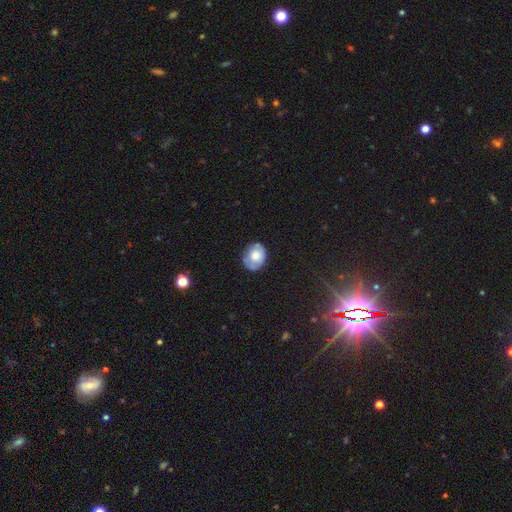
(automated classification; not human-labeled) smooth_or_featured: smooth (p=0.65) [alt: featured or disk p=0.27]
how_rounded: round (p=0.53) [alt: in between p=0.46]
merging: none (p=0.65) [alt: minor disturbance p=0.27]